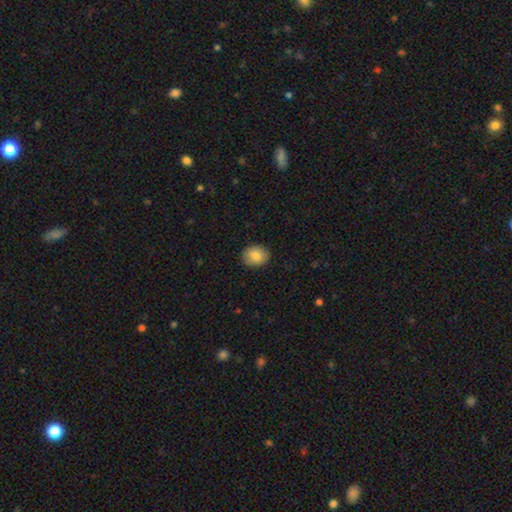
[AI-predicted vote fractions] Smooth or featured: smooth — 85% (star or artifact — 8%)
How rounded: round — 55% (in between — 44%)
Merging: none — 89% (minor disturbance — 8%)